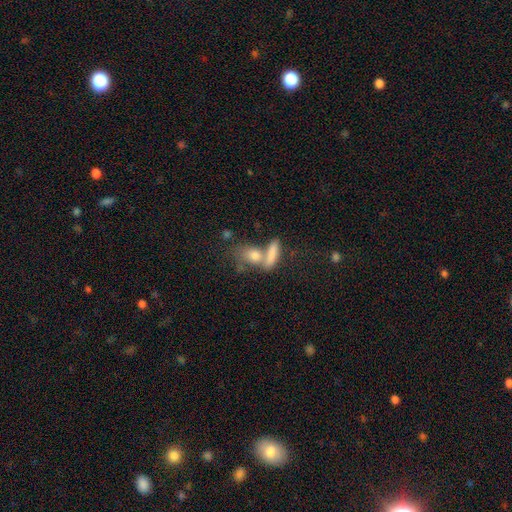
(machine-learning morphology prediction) smooth_or_featured: smooth (p=0.44) [alt: featured or disk p=0.34]
merging: merger (p=0.54) [alt: none p=0.26]